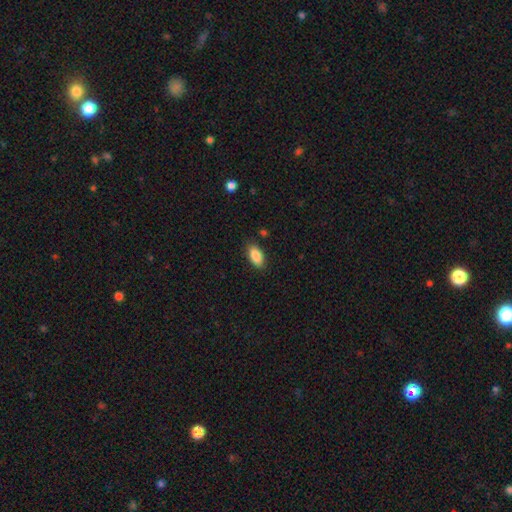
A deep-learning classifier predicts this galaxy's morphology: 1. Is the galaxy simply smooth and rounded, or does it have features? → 88% smooth, 7% star or artifact, 5% featured or disk.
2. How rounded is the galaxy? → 92% in between, 5% cigar-shaped, 3% round.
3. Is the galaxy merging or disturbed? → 86% none, 10% minor disturbance, 2% major disturbance, 1% merger.